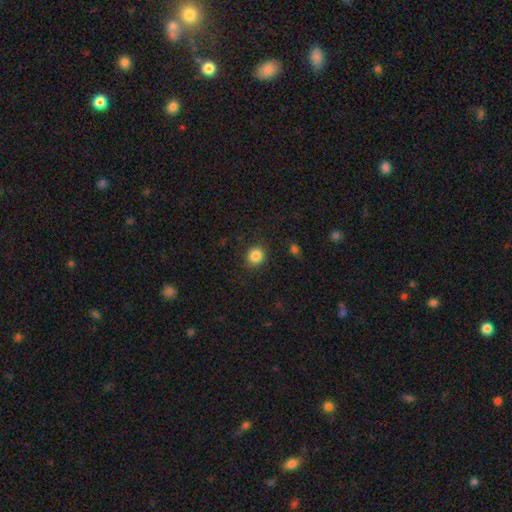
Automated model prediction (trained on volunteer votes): This appears to be a smooth galaxy with no disk features (86%) that is round (88%). Merging: none (89%).